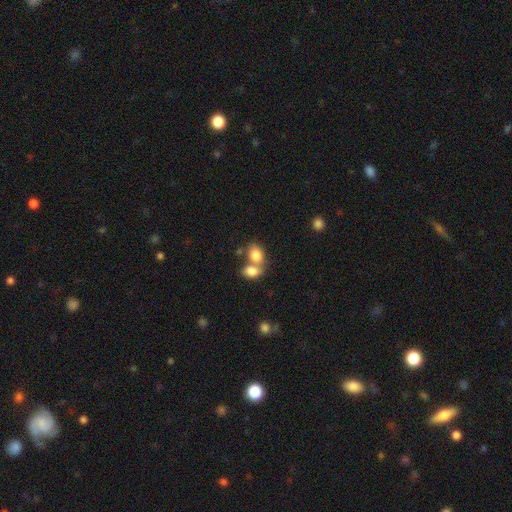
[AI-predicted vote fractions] Overall: smooth (81%). How rounded: in between (68%; round 31%). Merging: merger (59%; none 29%).